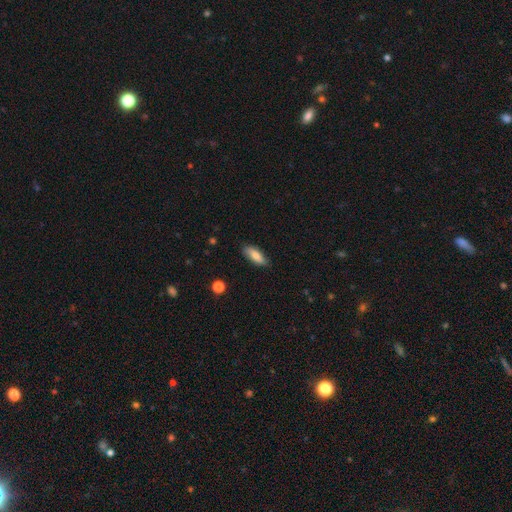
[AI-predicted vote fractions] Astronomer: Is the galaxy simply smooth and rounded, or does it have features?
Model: smooth — 79%.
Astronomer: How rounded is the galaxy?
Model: in between — 70%.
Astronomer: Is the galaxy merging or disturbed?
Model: none — 81%.